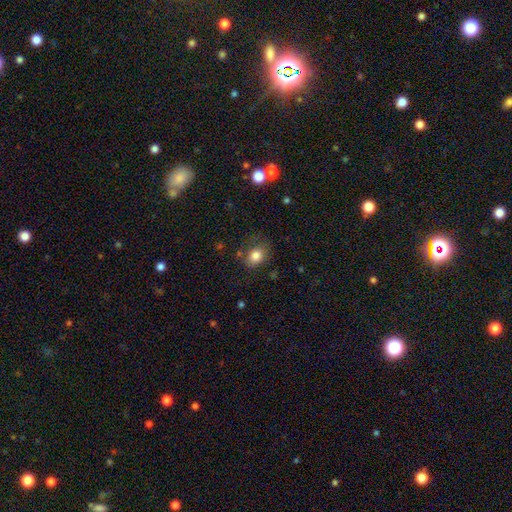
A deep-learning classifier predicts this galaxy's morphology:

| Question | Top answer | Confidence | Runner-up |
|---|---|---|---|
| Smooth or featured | smooth | 82% | star or artifact (10%) |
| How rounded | in between | 52% | round (47%) |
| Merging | none | 68% | minor disturbance (21%) |